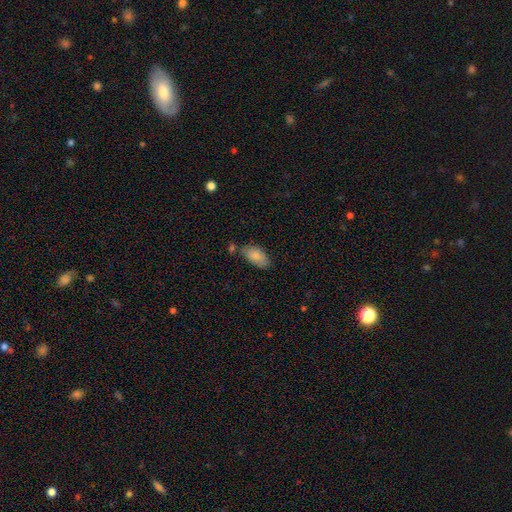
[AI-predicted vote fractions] smooth 85%, featured or disk 9%, star or artifact 7%. Down the decision tree: how rounded — in between (94%); merging — none (64%).